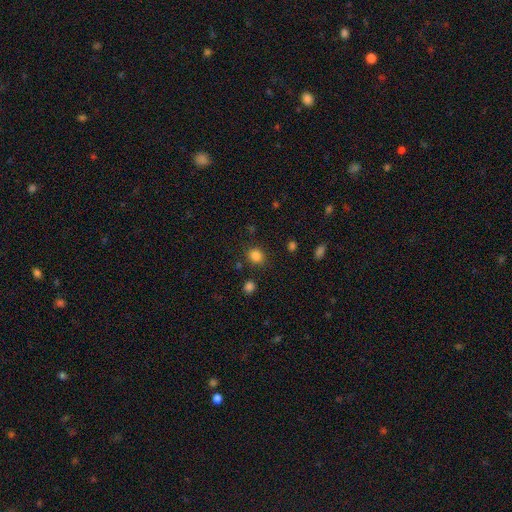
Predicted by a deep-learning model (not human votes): Smooth or featured?
  - smooth: 84% *
  - star or artifact: 12%
  - featured or disk: 4%
How rounded?
  - round: 72% *
  - in between: 27%
  - cigar-shaped: 1%
Merging?
  - none: 85% *
  - minor disturbance: 9%
  - merger: 3%
  - major disturbance: 3%